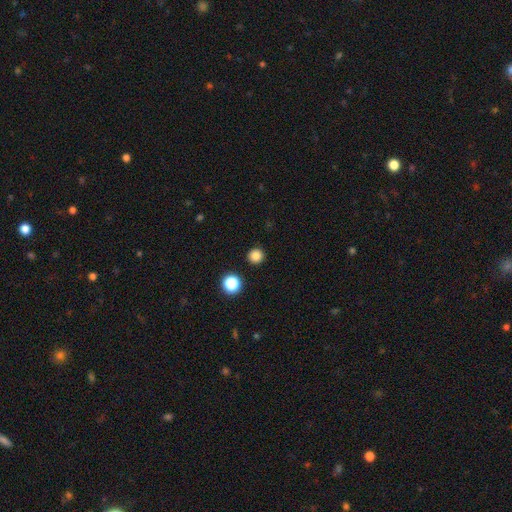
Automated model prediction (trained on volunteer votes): A smooth galaxy with no disk features (83%) that is round (95%).

Vote fractions:
- Smooth or featured? smooth: 83% / star or artifact: 13% / featured or disk: 4%
- How rounded? round: 95% / in between: 4% / cigar-shaped: 1%
- Merging? none: 93% / minor disturbance: 4% / major disturbance: 2% / merger: 2%